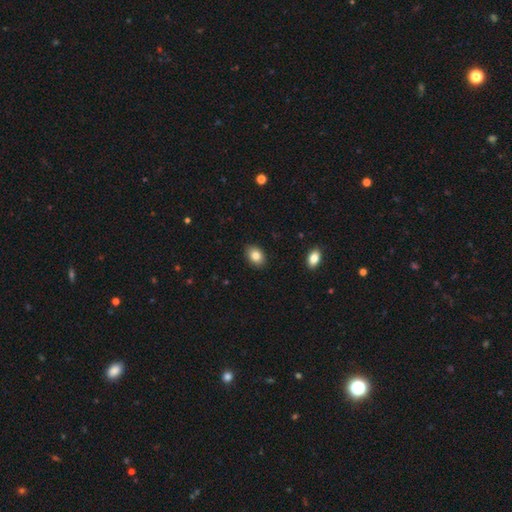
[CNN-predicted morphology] Smooth or featured? smooth (83%)
How rounded? in between (75%)
Merging? none (89%)